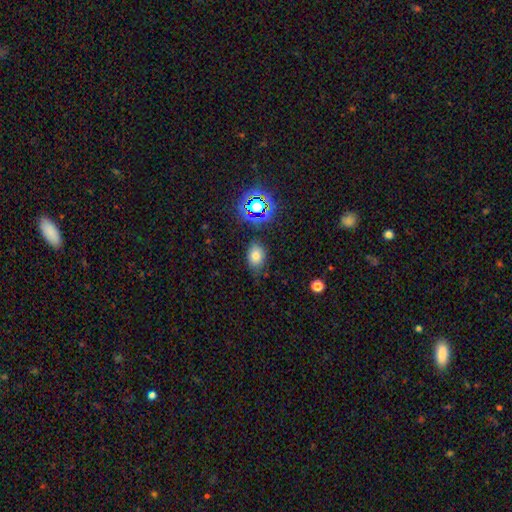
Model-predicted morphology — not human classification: Q: Smooth or featured?
A: smooth (73%); runner-up: star or artifact (17%)
Q: How rounded?
A: in between (75%); runner-up: round (23%)
Q: Merging?
A: none (73%); runner-up: minor disturbance (20%)